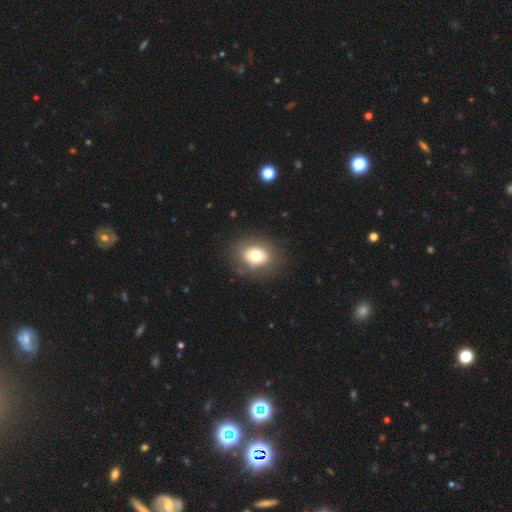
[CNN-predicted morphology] smooth_or_featured: smooth (p=0.69) [alt: featured or disk p=0.22]
how_rounded: in between (p=0.52) [alt: round p=0.47]
merging: none (p=0.80) [alt: minor disturbance p=0.12]